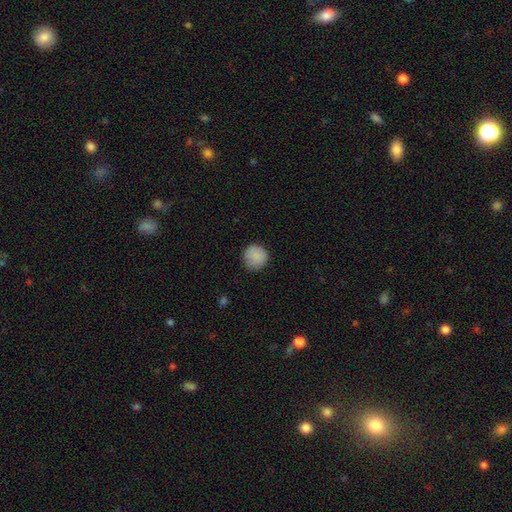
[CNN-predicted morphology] Overall: smooth (88%). How rounded: round (94%). Merging: none (83%).